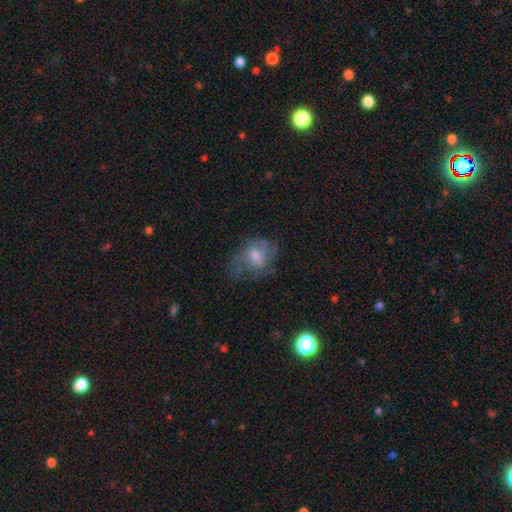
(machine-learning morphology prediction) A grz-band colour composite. It shows a featured or disk galaxy (46%). Merging: none (47%).